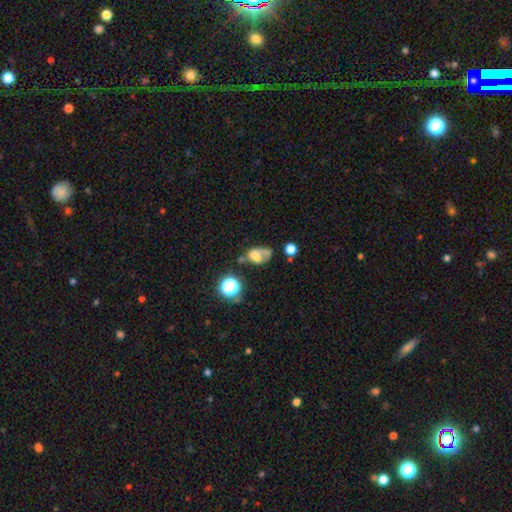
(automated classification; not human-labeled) smooth_or_featured: smooth (p=0.53) [alt: featured or disk p=0.31]
how_rounded: in between (p=0.76) [alt: round p=0.22]
merging: major disturbance (p=0.31) [alt: none p=0.30]